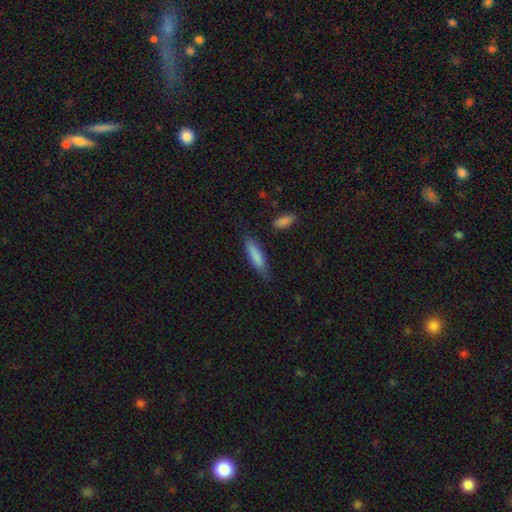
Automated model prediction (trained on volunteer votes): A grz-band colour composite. It shows a smooth galaxy with no disk features (82%) that is cigar-shaped (73%). Merging: none (76%).